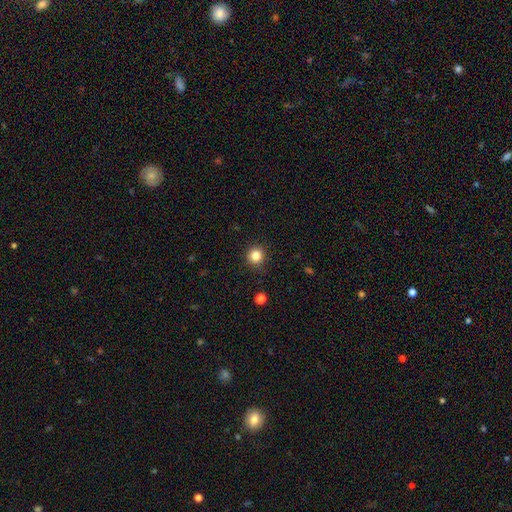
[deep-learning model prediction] This is clearly a smooth galaxy (83%). How rounded: clearly round (93%). Merging: clearly none (87%).